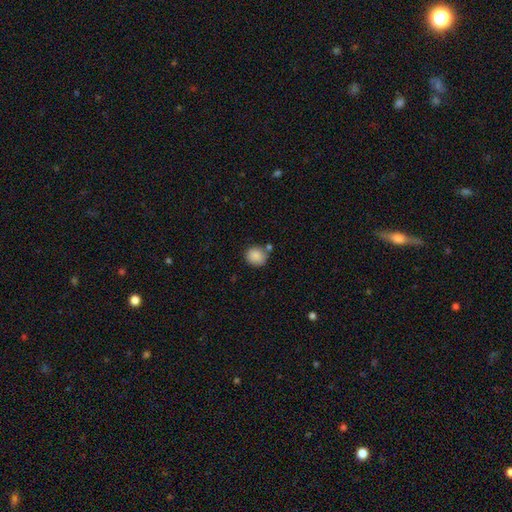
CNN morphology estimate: A smooth galaxy with no disk features (88%) that is round (81%). Merging: none (72%).